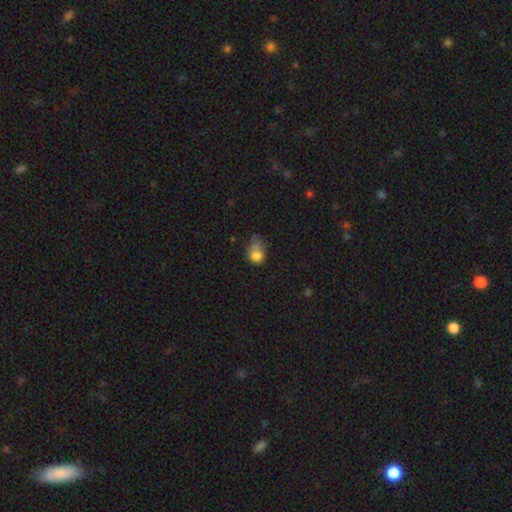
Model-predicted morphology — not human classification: Overall: smooth (74%). How rounded: in between (61%; round 37%). Merging: major disturbance (34%, tied with minor disturbance).